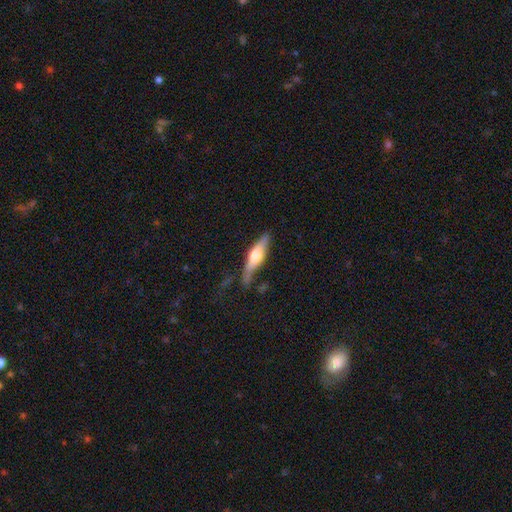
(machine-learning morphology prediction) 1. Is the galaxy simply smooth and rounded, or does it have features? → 60% featured or disk, 34% smooth, 6% star or artifact.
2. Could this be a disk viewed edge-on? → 93% yes, 7% no.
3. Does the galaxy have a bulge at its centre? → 91% rounded, 6% boxy, 3% none.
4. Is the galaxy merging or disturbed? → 66% none, 22% minor disturbance, 7% major disturbance, 4% merger.